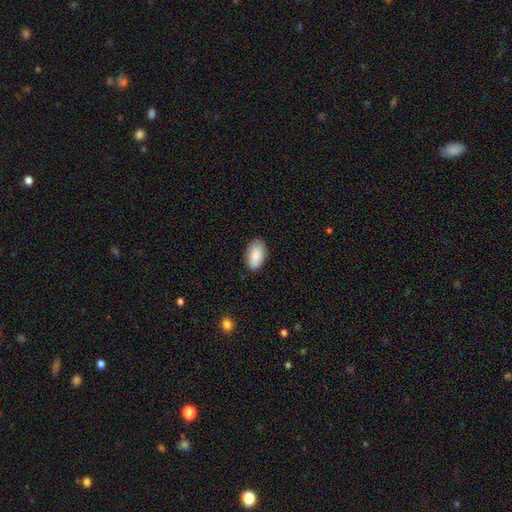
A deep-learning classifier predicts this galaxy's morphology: The model was most divided on "merging": none: 83%, minor disturbance: 14%, major disturbance: 3%, merger: 1%. More confident: how rounded — in between (94%); smooth or featured — smooth (87%).